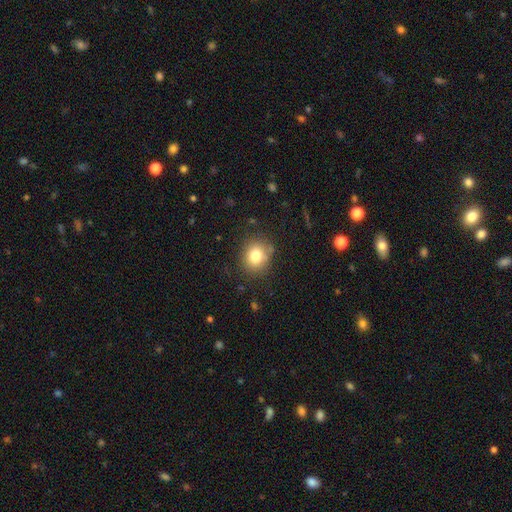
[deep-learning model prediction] smooth-or-featured: smooth: 79% | star or artifact: 11% | featured or disk: 9%
  how-rounded: round: 73% | in between: 26% | cigar-shaped: 1%
  merging: none: 80% | minor disturbance: 13% | major disturbance: 4% | merger: 3%